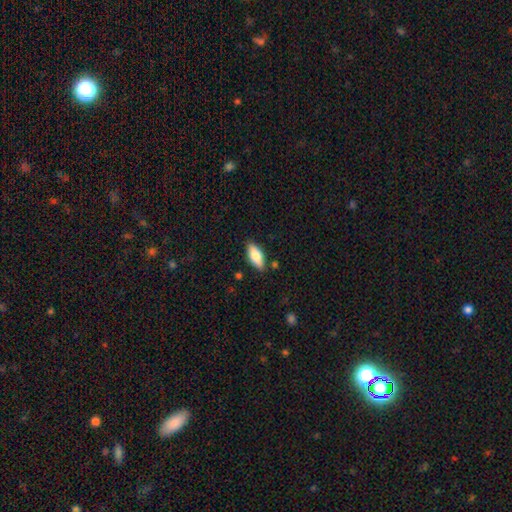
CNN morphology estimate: Q: Smooth or featured?
A: smooth (76%); runner-up: featured or disk (18%)
Q: How rounded?
A: in between (82%); runner-up: cigar-shaped (15%)
Q: Merging?
A: none (85%); runner-up: minor disturbance (11%)